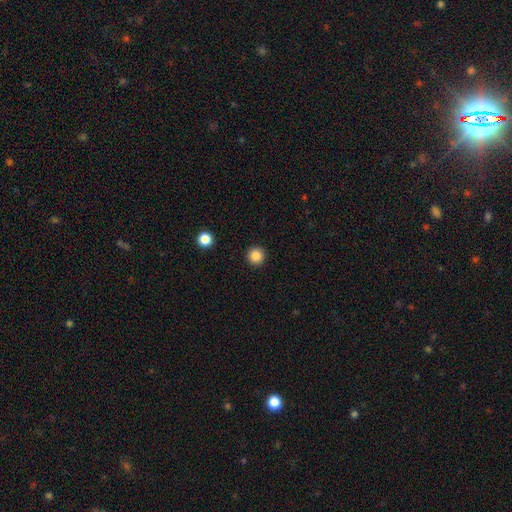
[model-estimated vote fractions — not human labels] smooth-or-featured: smooth: 85% | star or artifact: 11% | featured or disk: 4%
  how-rounded: round: 96% | in between: 3% | cigar-shaped: 1%
  merging: none: 93% | minor disturbance: 4% | major disturbance: 2% | merger: 1%